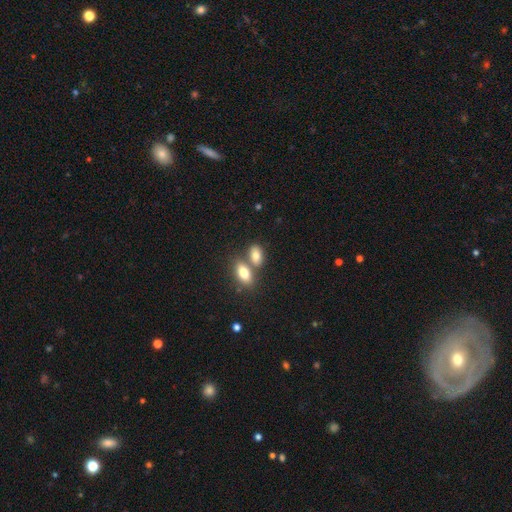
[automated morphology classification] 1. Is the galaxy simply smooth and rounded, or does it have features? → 80% smooth, 12% featured or disk, 8% star or artifact.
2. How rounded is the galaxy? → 85% in between, 11% round, 4% cigar-shaped.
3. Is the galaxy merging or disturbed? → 44% none (tied), 44% merger (tied), 9% minor disturbance, 3% major disturbance.